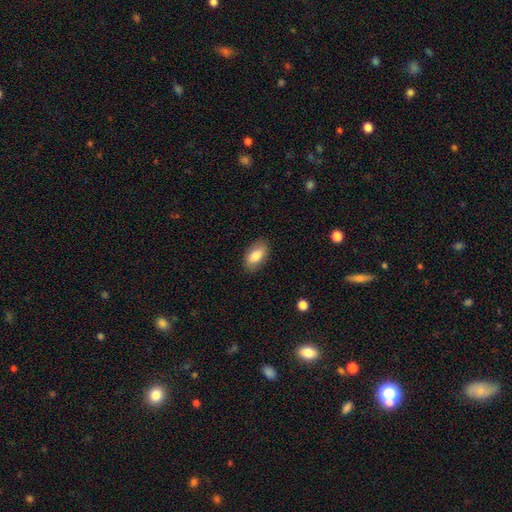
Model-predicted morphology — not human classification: smooth-or-featured: smooth: 81% | featured or disk: 12% | star or artifact: 7%
  how-rounded: in between: 92% | round: 5% | cigar-shaped: 3%
  merging: none: 86% | minor disturbance: 11% | major disturbance: 3% | merger: 1%